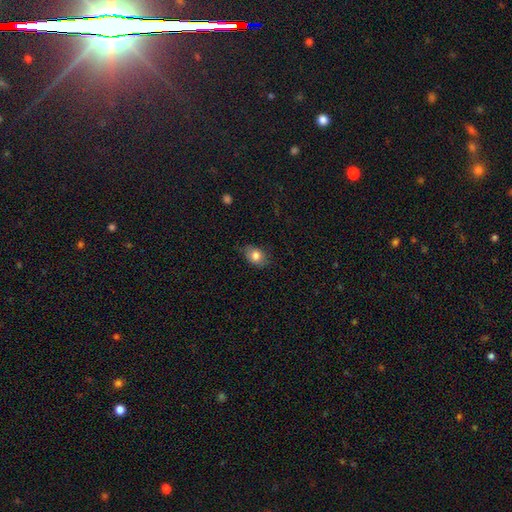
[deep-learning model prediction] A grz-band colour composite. It shows a smooth galaxy with no disk features (80%) that is in between round and cigar-shaped (71%). Merging: none (73%).